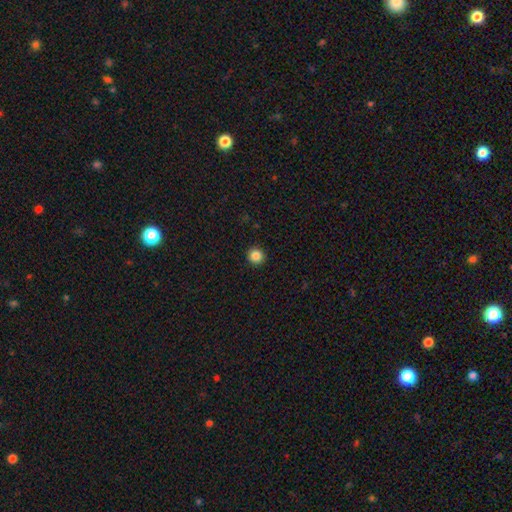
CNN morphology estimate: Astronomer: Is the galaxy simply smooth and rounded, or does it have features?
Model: smooth — 86%.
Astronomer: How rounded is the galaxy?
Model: round — 94%.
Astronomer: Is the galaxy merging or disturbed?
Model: none — 93%.